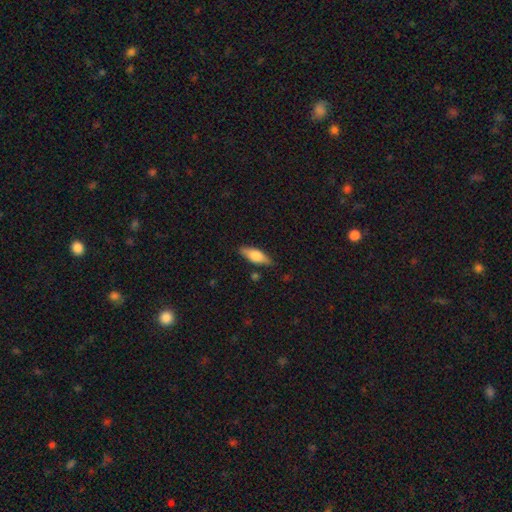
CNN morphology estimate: Smooth or featured: smooth — 67% (featured or disk — 26%)
How rounded: in between — 65% (cigar-shaped — 32%)
Merging: none — 82% (minor disturbance — 13%)